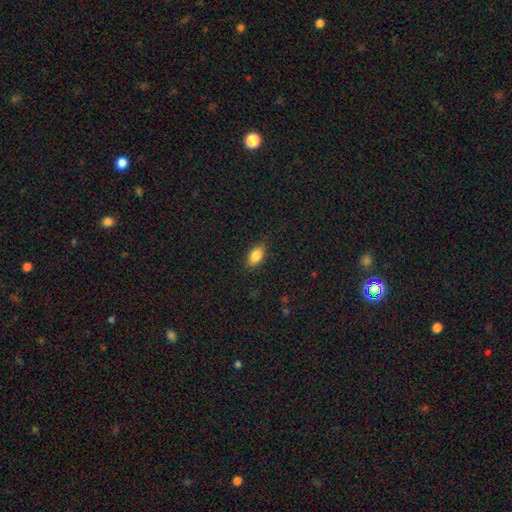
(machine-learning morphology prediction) This appears to be a smooth galaxy with no disk features (86%) that is in between round and cigar-shaped (89%). Merging: none (85%).